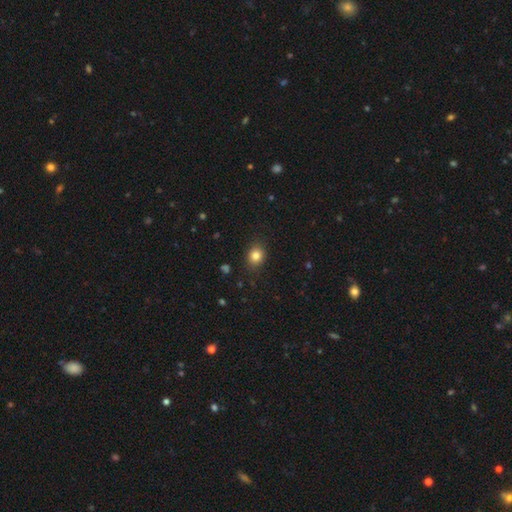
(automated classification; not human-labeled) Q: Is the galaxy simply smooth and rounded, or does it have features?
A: smooth — 82%.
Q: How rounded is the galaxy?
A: round — 57%.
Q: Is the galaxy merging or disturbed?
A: none — 86%.